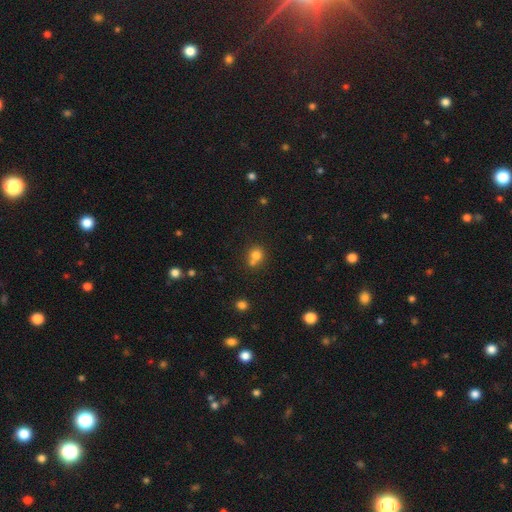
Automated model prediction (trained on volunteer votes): This is likely a smooth galaxy (76%). How rounded: likely round (77%). Merging: marginally none (44%).